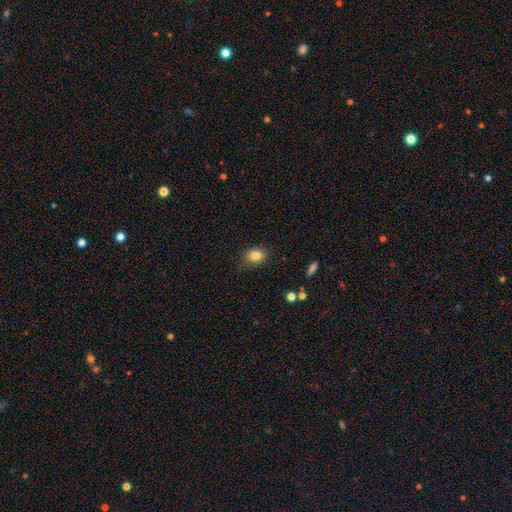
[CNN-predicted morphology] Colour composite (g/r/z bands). It shows a smooth galaxy with no disk features (83%) that is in between round and cigar-shaped (58%). Merging: none (81%).